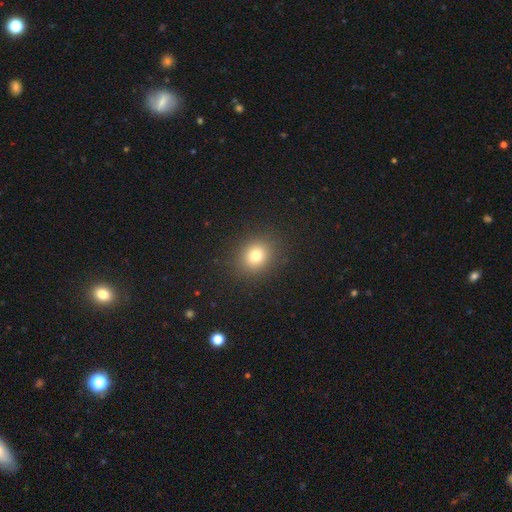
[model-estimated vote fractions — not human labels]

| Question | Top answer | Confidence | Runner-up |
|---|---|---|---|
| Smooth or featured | smooth | 78% | star or artifact (14%) |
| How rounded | round | 71% | in between (29%) |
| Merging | none | 89% | minor disturbance (7%) |